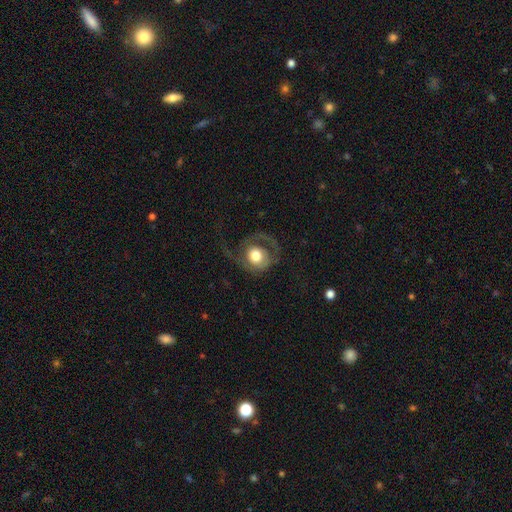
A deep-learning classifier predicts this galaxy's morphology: This appears to be a featured or disk galaxy (57%) with no bar (81%), spiral arms (78%) and a moderate central bulge (46%). Merging: none (41%, tied with major disturbance).